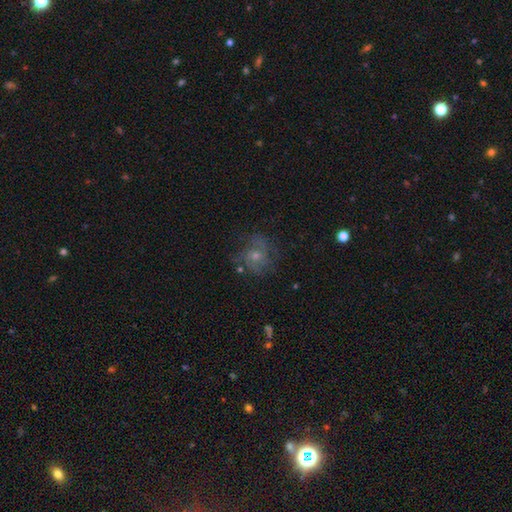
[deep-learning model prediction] Smooth or featured? Predicted: featured or disk (p=0.56). Edge-on disk? Predicted: no (p=0.97). Bar? Predicted: no (p=0.76). Spiral arms? Predicted: yes (p=0.79). Bulge size? Predicted: small (p=0.48). Merging? Predicted: none (p=0.67).